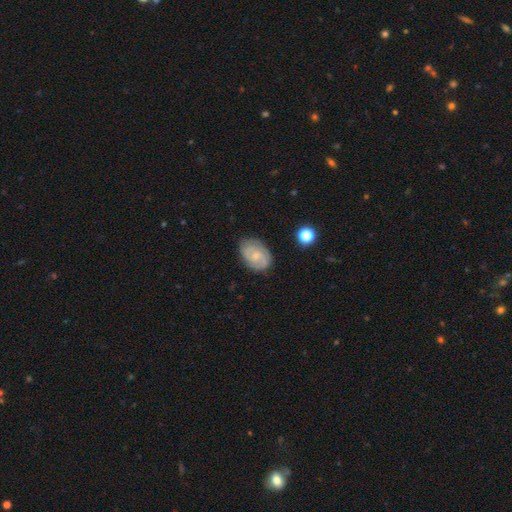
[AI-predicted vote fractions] Smooth or featured? featured or disk (72%)
Edge-on disk? no (97%)
Bar? no (60%)
Spiral arms? yes (92%)
Spiral winding? tight (55%)
Spiral arm count? 2 (64%)
Bulge size? small (63%)
Merging? none (78%)